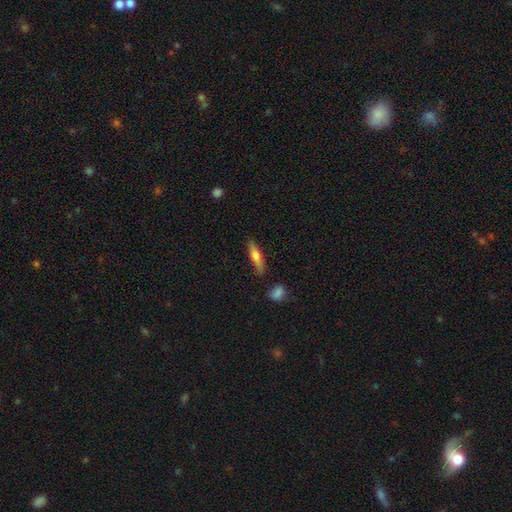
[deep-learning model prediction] This appears to be a smooth galaxy with no disk features (56%) that is cigar-shaped (71%). Merging: none (82%).